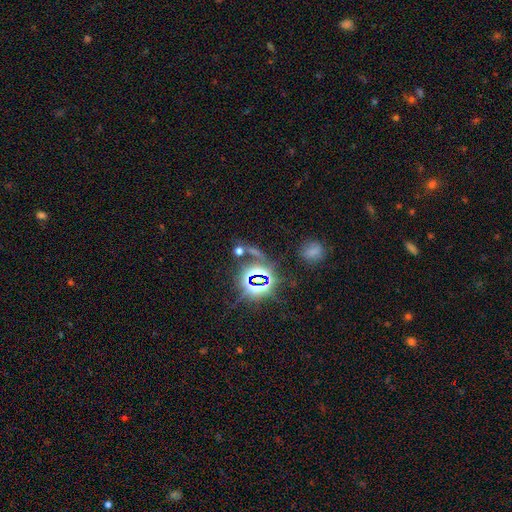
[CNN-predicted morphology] Smooth or featured? Predicted: star or artifact (p=0.71).